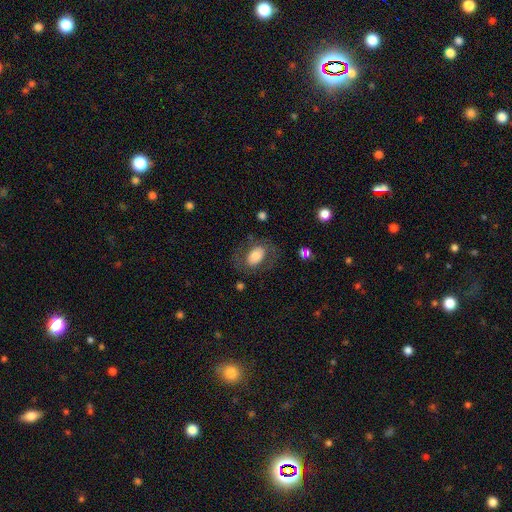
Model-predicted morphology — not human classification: smooth_or_featured: smooth (p=0.64) [alt: featured or disk p=0.28]
how_rounded: in between (p=0.82) [alt: round p=0.17]
merging: none (p=0.70) [alt: minor disturbance p=0.15]